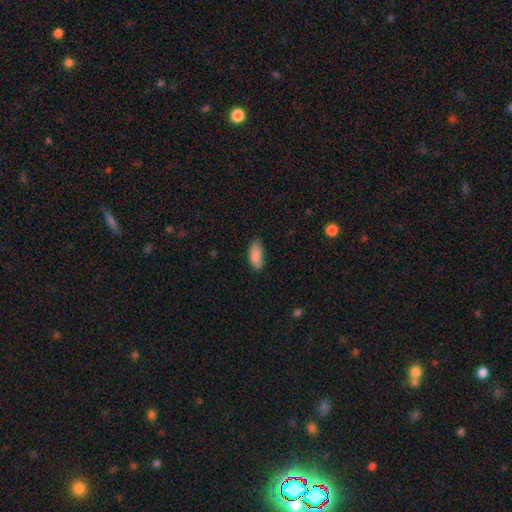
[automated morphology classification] Overall: smooth (85%). How rounded: in between (85%). Merging: none (77%).